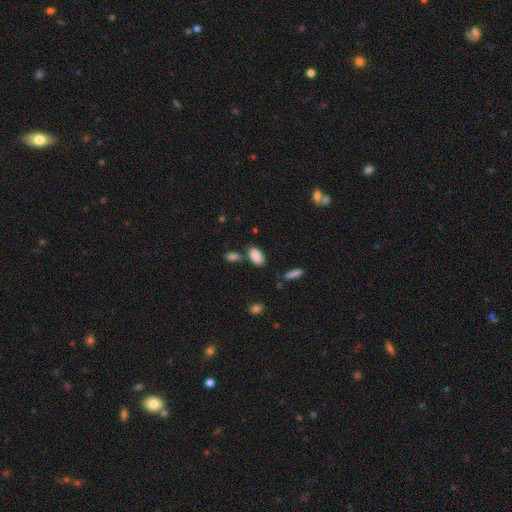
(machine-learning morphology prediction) Overall: smooth (87%). How rounded: in between (93%). Merging: none (68%).